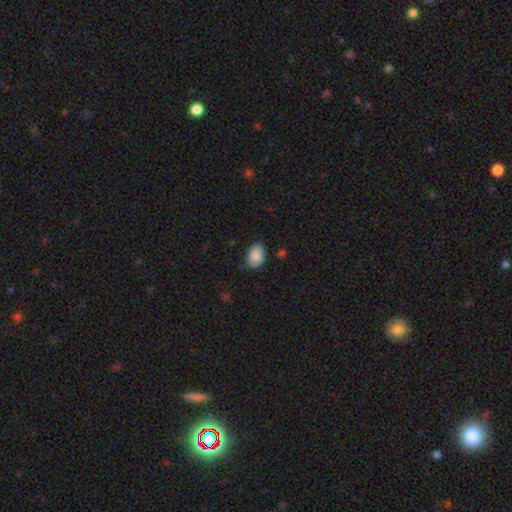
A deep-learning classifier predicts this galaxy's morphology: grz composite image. It shows a smooth galaxy with no disk features (89%) that is in between round and cigar-shaped (85%). Merging: none (80%).